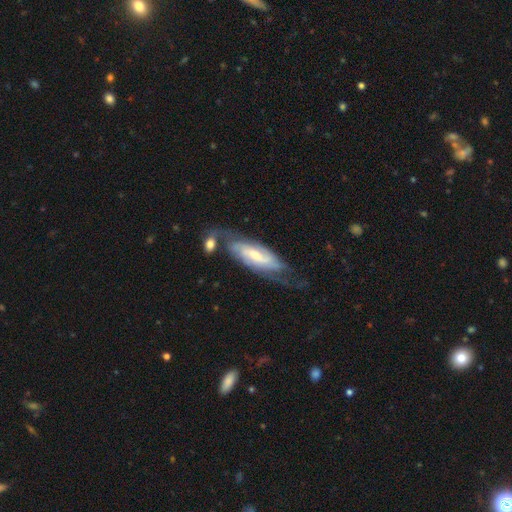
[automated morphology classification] Smooth or featured: featured or disk — 72% (smooth — 22%)
Edge-on disk: no — 84% (yes — 16%)
Bar: weak — 45% (no — 34%)
Spiral arms: yes — 91% (no — 9%)
Spiral winding: medium — 41% (tight — 40%)
Spiral arm count: 2 — 55% (can't tell — 29%)
Bulge size: small — 45% (moderate — 44%)
Merging: none — 52% (minor disturbance — 23%)